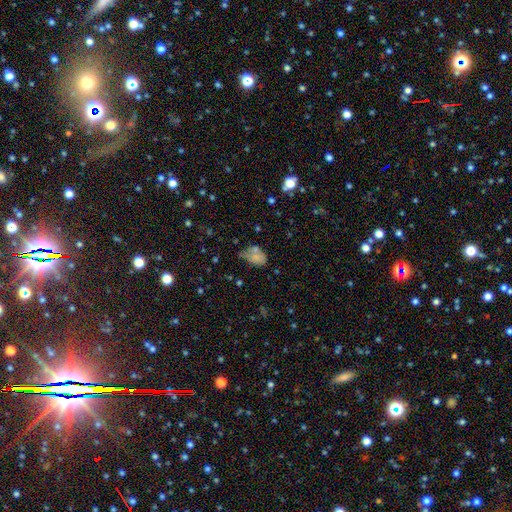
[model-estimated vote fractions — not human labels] Smooth or featured?
  - smooth: 66% *
  - featured or disk: 22%
  - star or artifact: 12%
How rounded?
  - in between: 78% *
  - round: 20%
  - cigar-shaped: 1%
Merging?
  - none: 38% *
  - minor disturbance: 32%
  - major disturbance: 16%
  - merger: 15%